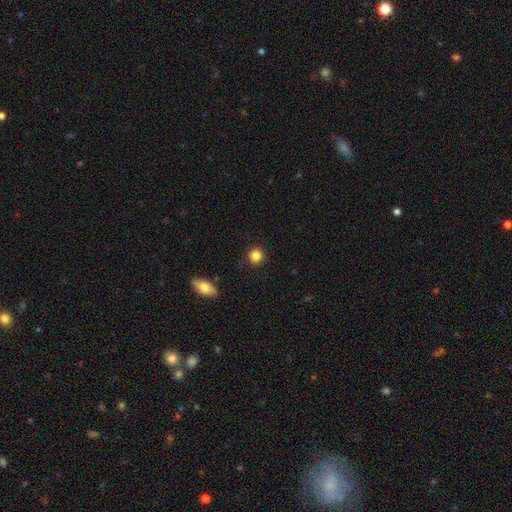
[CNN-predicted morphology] Q: Smooth or featured?
A: smooth (85%); runner-up: star or artifact (10%)
Q: How rounded?
A: round (92%); runner-up: in between (7%)
Q: Merging?
A: none (91%); runner-up: minor disturbance (6%)